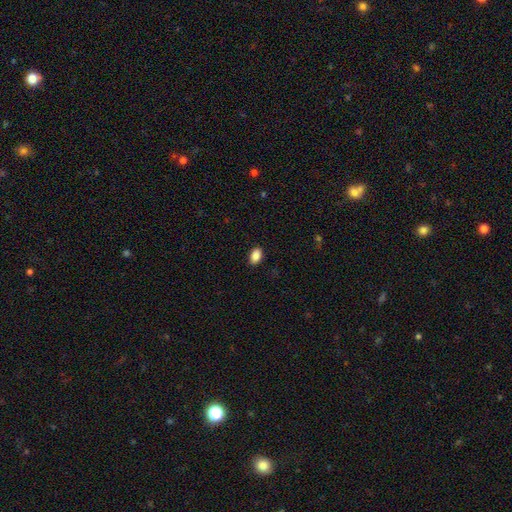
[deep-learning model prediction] smooth 87%, star or artifact 8%, featured or disk 5%. Down the decision tree: how rounded — in between (89%); merging — none (89%).